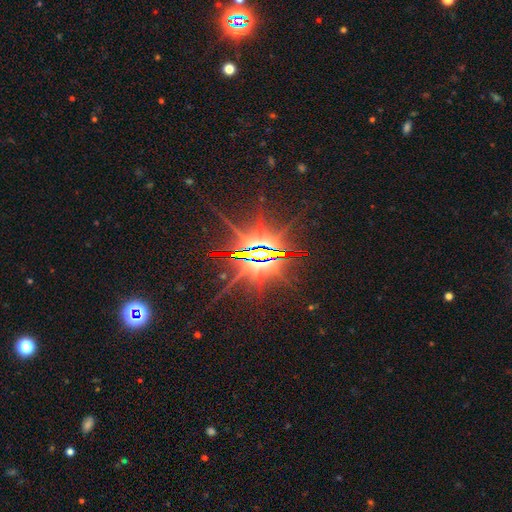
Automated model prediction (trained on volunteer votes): The model was most divided on "smooth or featured": star or artifact: 80%, featured or disk: 14%, smooth: 6%.